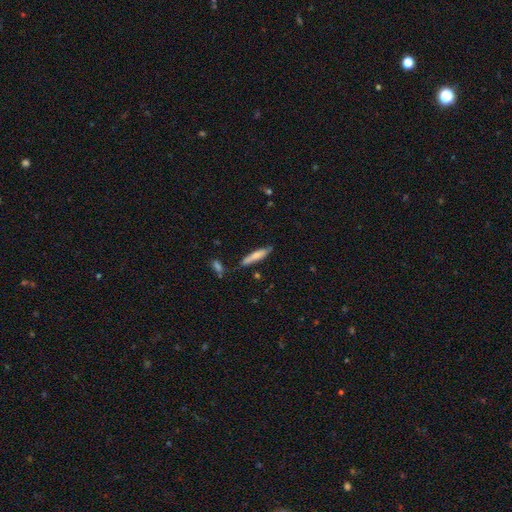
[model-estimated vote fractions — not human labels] Morphology: type=smooth (70%); roundness=cigar-shaped (86%); merging=none (76%).